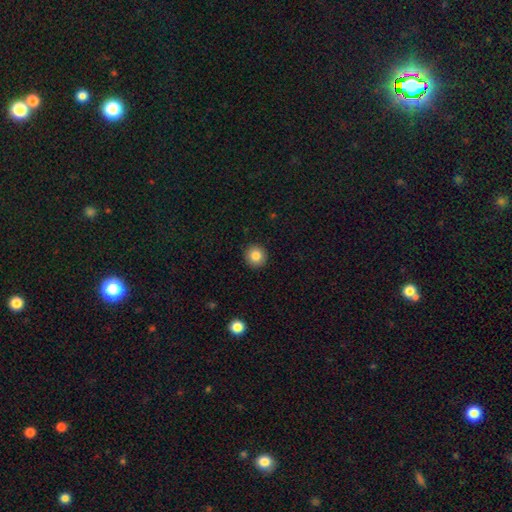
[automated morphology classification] Smooth or featured? Predicted: smooth (p=0.84). How rounded? Predicted: round (p=0.94). Merging? Predicted: none (p=0.92).